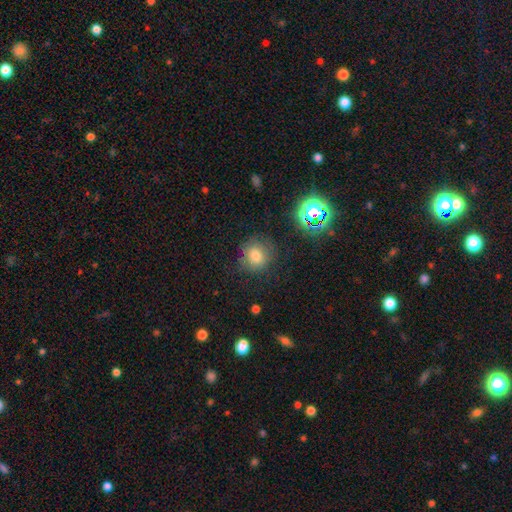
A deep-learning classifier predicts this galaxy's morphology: A smooth galaxy with no disk features (73%) that is round (84%).

Vote fractions:
- Smooth or featured? smooth: 73% / star or artifact: 17% / featured or disk: 9%
- How rounded? round: 84% / in between: 15% / cigar-shaped: 1%
- Merging? none: 80% / minor disturbance: 13% / major disturbance: 5% / merger: 2%